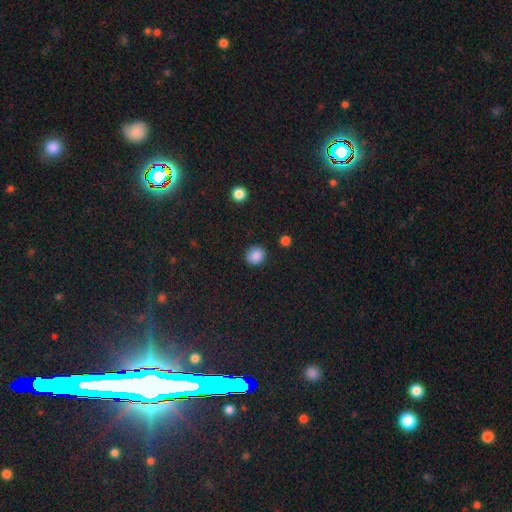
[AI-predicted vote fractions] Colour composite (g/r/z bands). It shows a smooth galaxy with no disk features (87%) that is round (85%). Merging: none (88%).